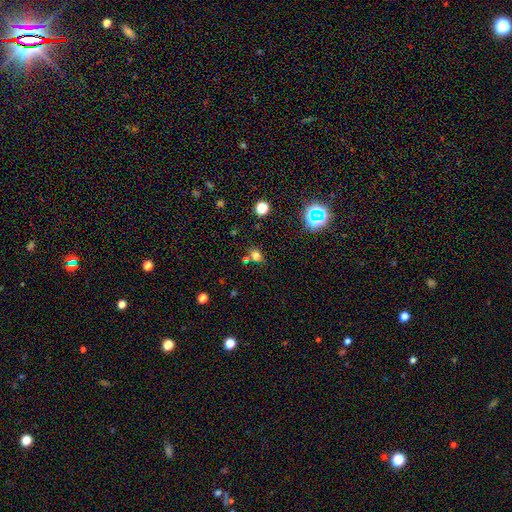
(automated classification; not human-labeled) Smooth or featured: smooth — 72% (star or artifact — 20%)
How rounded: round — 52% (in between — 46%)
Merging: none — 68% (merger — 16%)